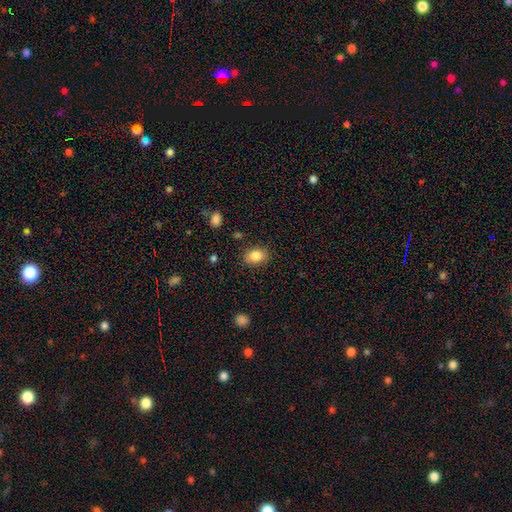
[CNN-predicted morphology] Smooth or featured?
  - smooth: 85% *
  - star or artifact: 9%
  - featured or disk: 7%
How rounded?
  - in between: 75% *
  - round: 24%
  - cigar-shaped: 1%
Merging?
  - none: 84% *
  - minor disturbance: 11%
  - major disturbance: 3%
  - merger: 2%